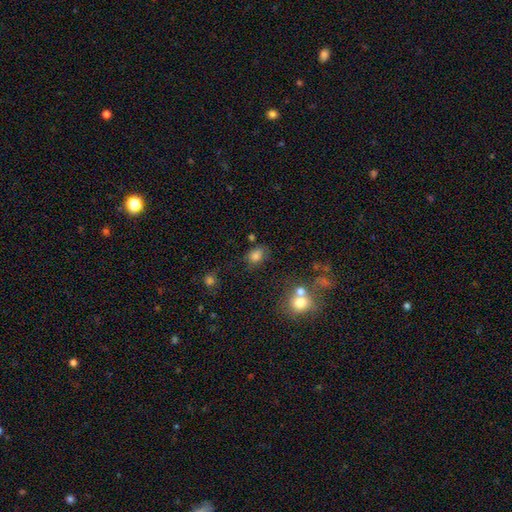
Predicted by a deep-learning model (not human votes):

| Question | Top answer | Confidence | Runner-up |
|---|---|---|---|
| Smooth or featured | smooth | 79% | star or artifact (13%) |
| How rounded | in between | 69% | round (30%) |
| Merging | none | 64% | minor disturbance (21%) |